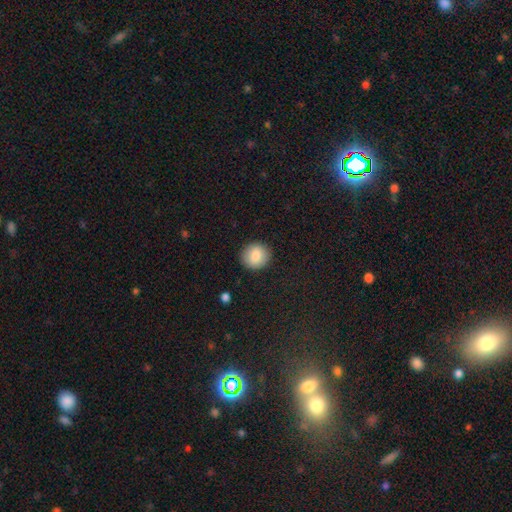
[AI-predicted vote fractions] Smooth or featured?
  - smooth: 84% *
  - star or artifact: 8%
  - featured or disk: 8%
How rounded?
  - round: 86% *
  - in between: 13%
  - cigar-shaped: 1%
Merging?
  - none: 90% *
  - minor disturbance: 7%
  - major disturbance: 2%
  - merger: 1%